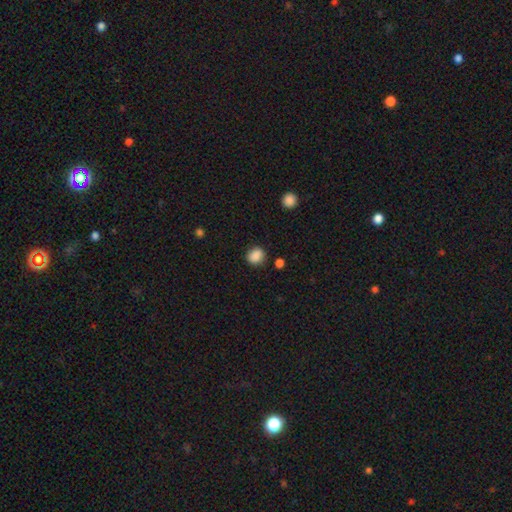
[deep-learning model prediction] Overall: smooth (87%). How rounded: round (67%; in between 32%). Merging: none (81%).